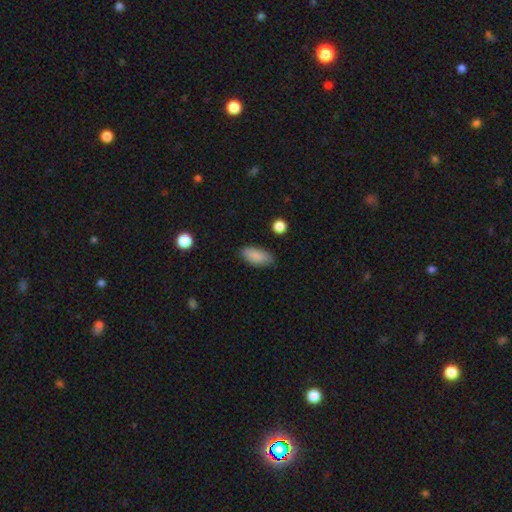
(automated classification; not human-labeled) The model was most divided on "merging": none: 81%, minor disturbance: 14%, major disturbance: 3%, merger: 2%. More confident: smooth or featured — smooth (87%); how rounded — in between (86%).